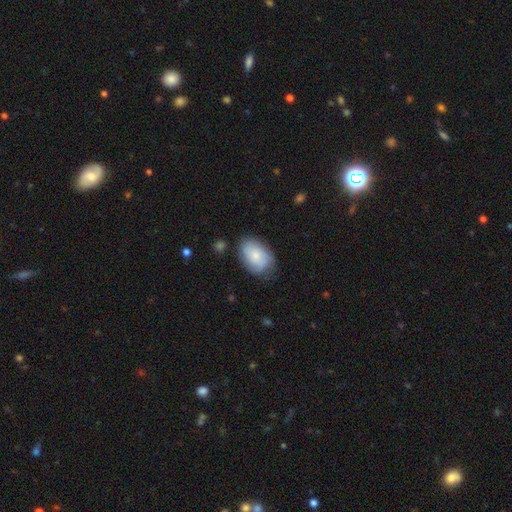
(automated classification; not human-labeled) This is likely a smooth galaxy (73%). How rounded: clearly in between (86%). Merging: likely none (67%).